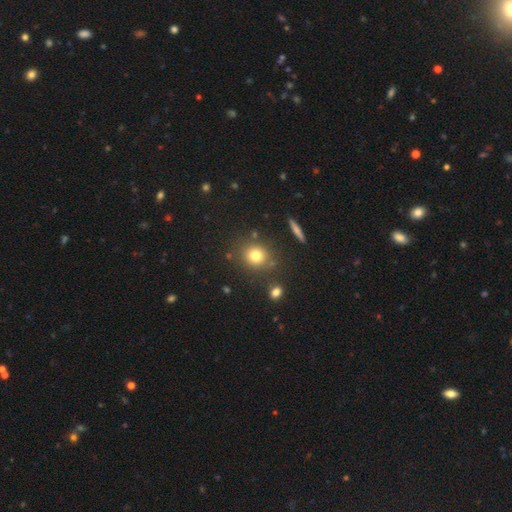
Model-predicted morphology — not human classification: smooth 77%, star or artifact 14%, featured or disk 9%. Down the decision tree: how rounded — round (83%); merging — none (81%).